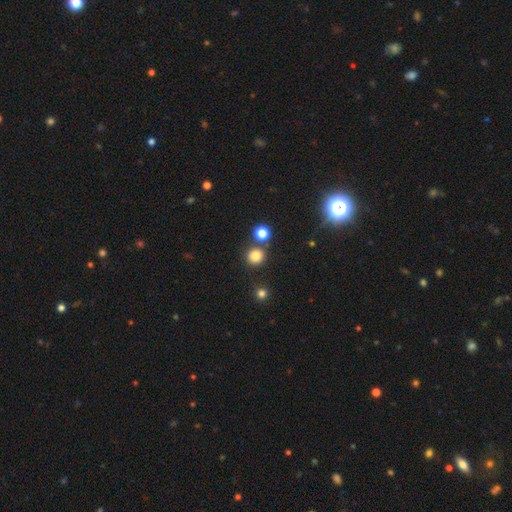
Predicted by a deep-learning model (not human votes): Morphology: type=smooth (80%); roundness=round (91%); merging=none (78%).